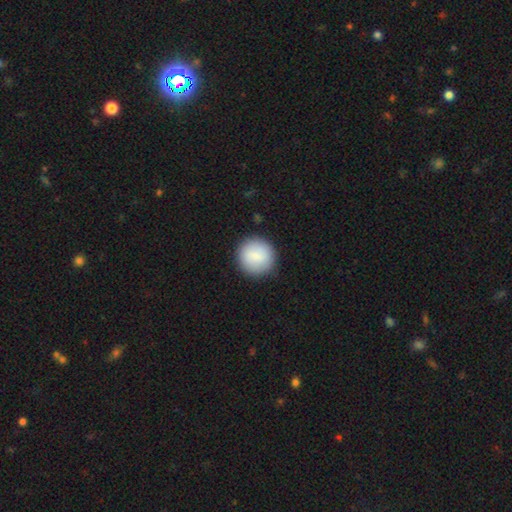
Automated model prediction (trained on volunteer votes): Smooth or featured? smooth (86%)
How rounded? round (93%)
Merging? none (89%)